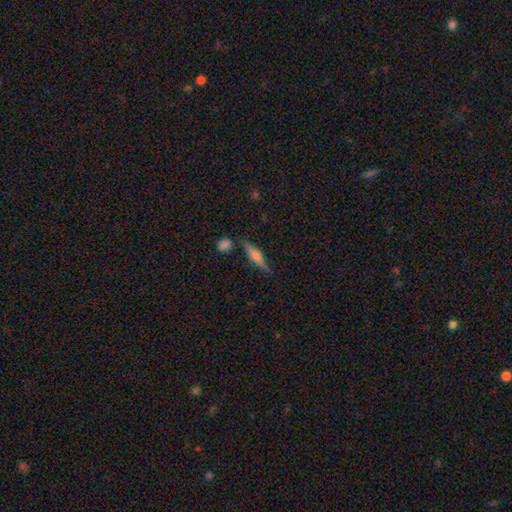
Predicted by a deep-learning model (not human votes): This is possibly a featured or disk galaxy (59%). It is clearly viewed edge-on (95%). Edge-on bulge: clearly rounded (81%). Merging: likely none (79%).